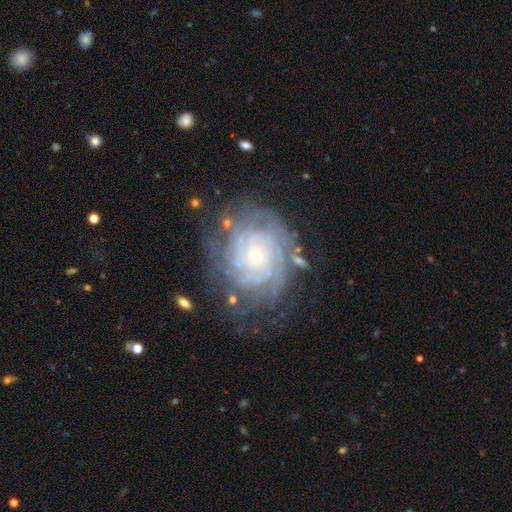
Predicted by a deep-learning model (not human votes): This appears to be a featured or disk galaxy (87%) with no bar (81%), 4 (25%, tied with can't tell) tight (80%) spiral arms (97%) and a small central bulge (83%). Merging: none (72%).